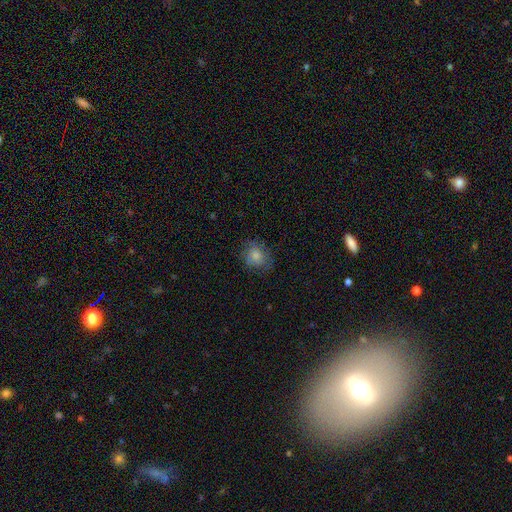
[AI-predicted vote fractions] smooth-or-featured: smooth: 74% | featured or disk: 18% | star or artifact: 9%
  how-rounded: round: 67% | in between: 32% | cigar-shaped: 1%
  merging: none: 68% | minor disturbance: 22% | major disturbance: 9% | merger: 1%